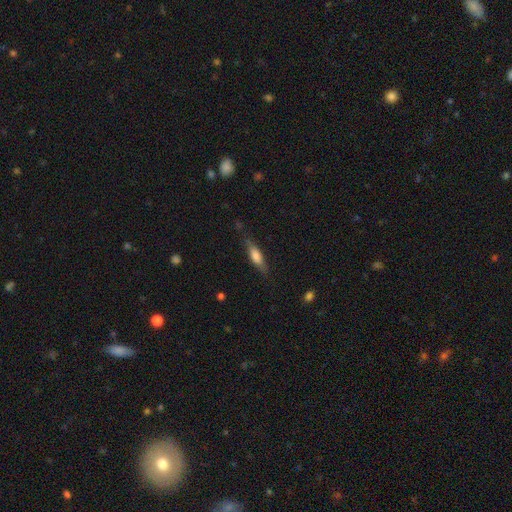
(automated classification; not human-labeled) smooth_or_featured: smooth (p=0.60) [alt: featured or disk p=0.33]
how_rounded: cigar-shaped (p=0.59) [alt: in between p=0.39]
merging: none (p=0.77) [alt: minor disturbance p=0.17]